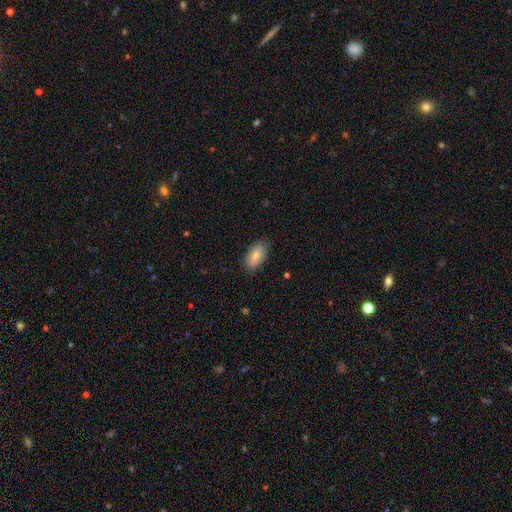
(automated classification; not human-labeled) Morphology: type=smooth (81%); roundness=in between (93%); merging=none (84%).